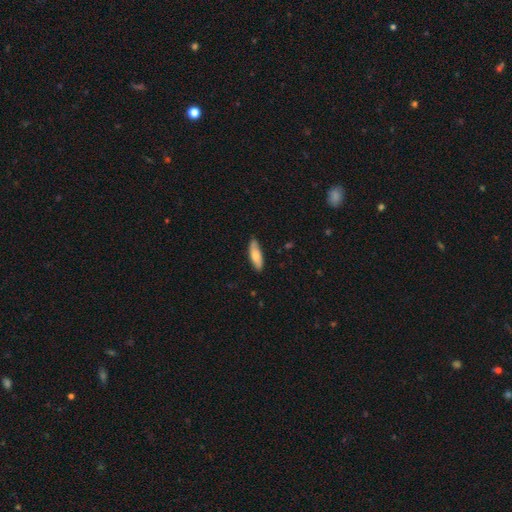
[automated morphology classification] type=smooth (76%); roundness=in between (50%); merging=none (81%).